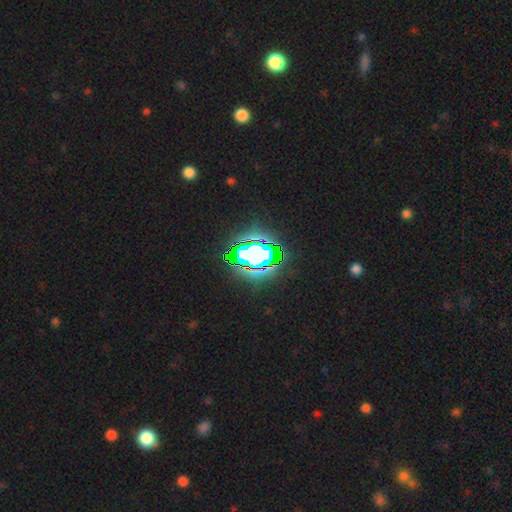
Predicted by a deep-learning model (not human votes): star or artifact 67%, smooth 18%, featured or disk 15%.